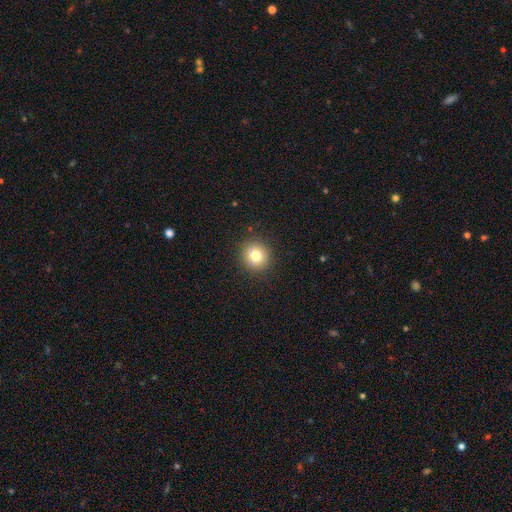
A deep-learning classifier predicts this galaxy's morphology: Smooth or featured? Predicted: smooth (p=0.79). How rounded? Predicted: round (p=0.90). Merging? Predicted: none (p=0.90).